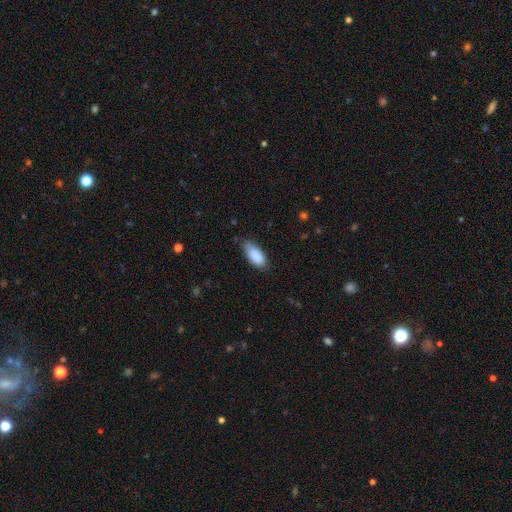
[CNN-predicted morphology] A smooth galaxy with no disk features (89%) that is in between round and cigar-shaped (88%).

Vote fractions:
- Smooth or featured? smooth: 89% / star or artifact: 6% / featured or disk: 5%
- How rounded? in between: 88% / cigar-shaped: 10% / round: 2%
- Merging? none: 70% / minor disturbance: 24% / major disturbance: 4% / merger: 1%